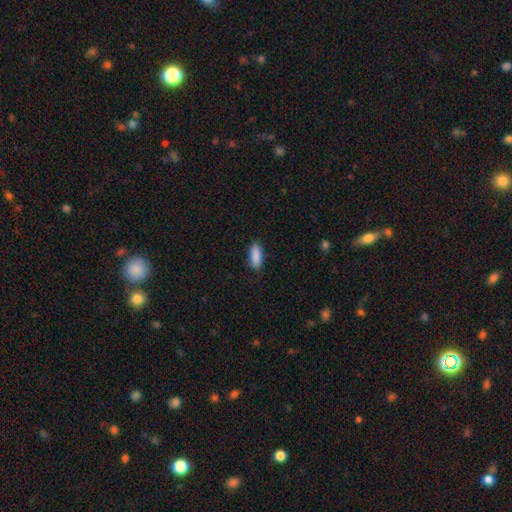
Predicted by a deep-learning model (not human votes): Smooth or featured? smooth (90%)
How rounded? in between (74%)
Merging? none (86%)